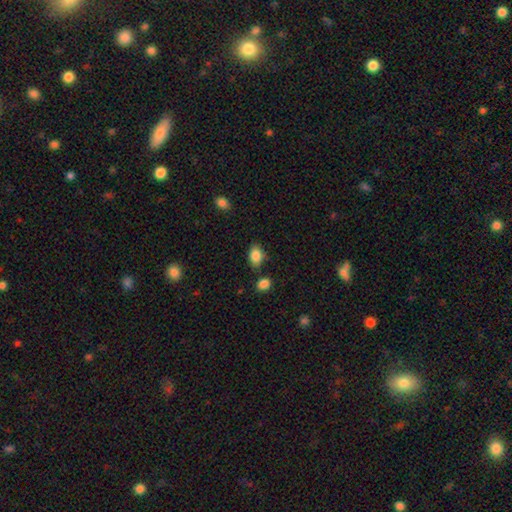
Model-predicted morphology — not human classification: The model was most divided on "merging": none: 75%, minor disturbance: 16%, merger: 6%, major disturbance: 3%. More confident: smooth or featured — smooth (86%); how rounded — in between (82%).